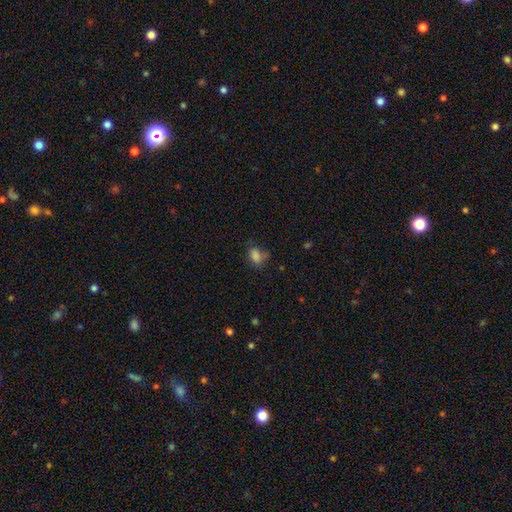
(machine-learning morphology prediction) smooth_or_featured: smooth (p=0.80) [alt: star or artifact p=0.12]
how_rounded: in between (p=0.73) [alt: round p=0.25]
merging: none (p=0.51) [alt: minor disturbance p=0.29]